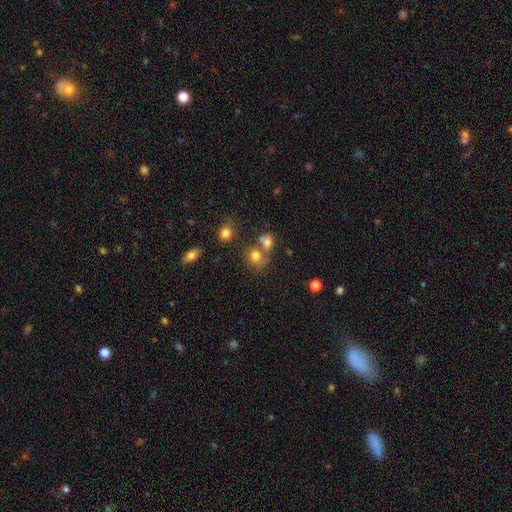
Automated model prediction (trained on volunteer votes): Morphology: type=smooth (72%); roundness=round (62%); merging=merger (45%).